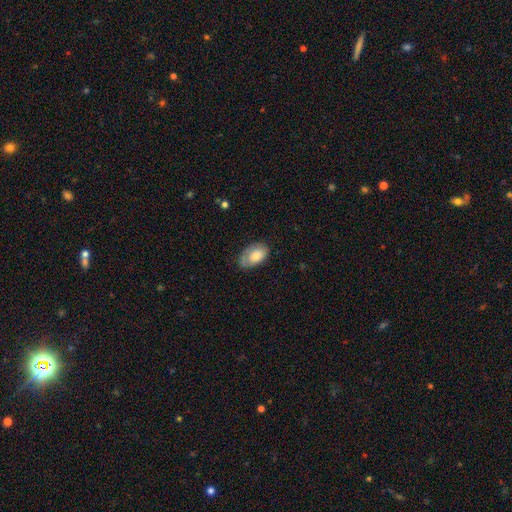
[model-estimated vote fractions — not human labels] Q: Smooth or featured?
A: smooth (68%); runner-up: featured or disk (26%)
Q: How rounded?
A: in between (92%); runner-up: round (6%)
Q: Merging?
A: none (64%); runner-up: minor disturbance (25%)